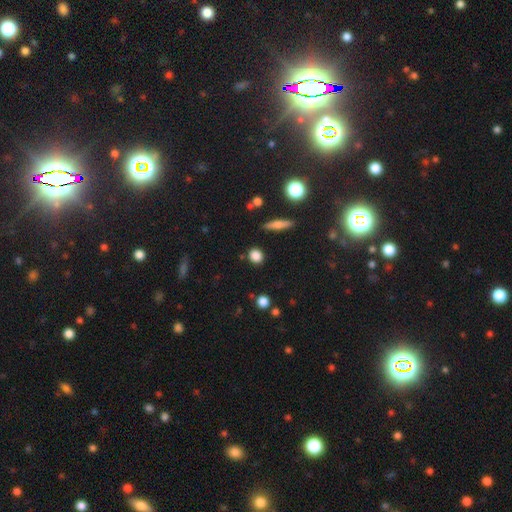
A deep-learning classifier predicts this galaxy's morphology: smooth 83%, star or artifact 11%, featured or disk 6%. Down the decision tree: how rounded — round (72%); merging — none (85%).